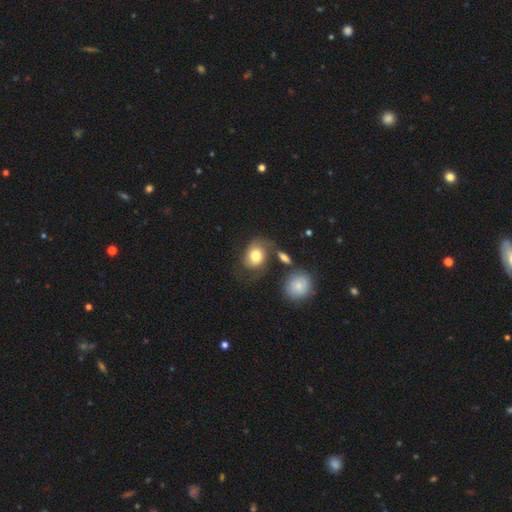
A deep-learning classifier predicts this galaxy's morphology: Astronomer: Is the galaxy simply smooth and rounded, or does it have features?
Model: smooth — 62%.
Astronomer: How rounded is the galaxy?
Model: in between — 57% (runner-up: round, 42%).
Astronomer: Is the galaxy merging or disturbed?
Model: none — 45% (runner-up: minor disturbance, 23%).